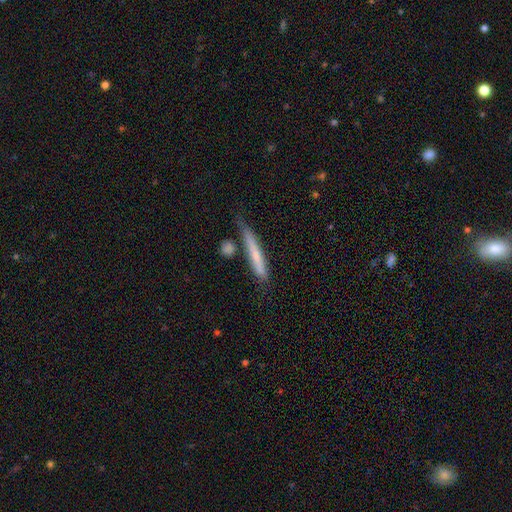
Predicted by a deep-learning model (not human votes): This is possibly a smooth galaxy (59%). How rounded: clearly cigar-shaped (93%). Merging: likely none (62%).